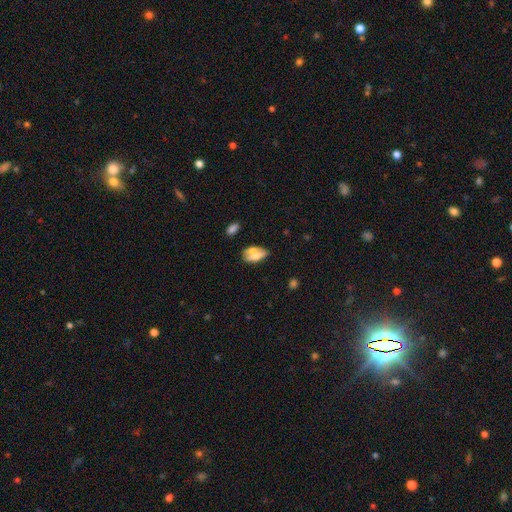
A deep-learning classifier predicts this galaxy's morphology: A smooth galaxy with no disk features (60%) that is in between round and cigar-shaped (87%).

Vote fractions:
- Smooth or featured? smooth: 60% / featured or disk: 32% / star or artifact: 8%
- How rounded? in between: 87% / cigar-shaped: 8% / round: 5%
- Merging? none: 38% / merger: 33% / minor disturbance: 20% / major disturbance: 9%